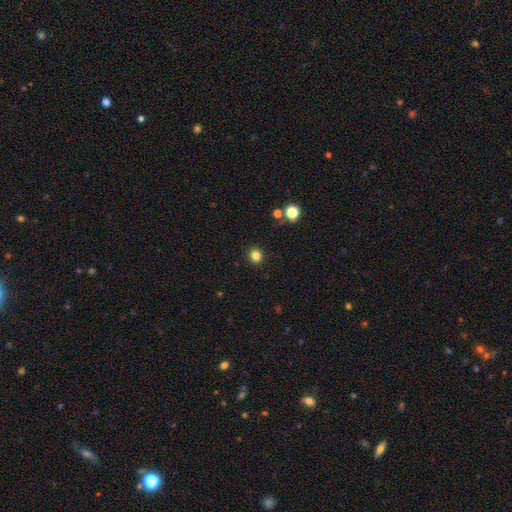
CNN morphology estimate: A smooth galaxy with no disk features (83%) that is round (91%).

Vote fractions:
- Smooth or featured? smooth: 83% / star or artifact: 13% / featured or disk: 4%
- How rounded? round: 91% / in between: 8% / cigar-shaped: 1%
- Merging? none: 91% / minor disturbance: 5% / major disturbance: 2% / merger: 1%